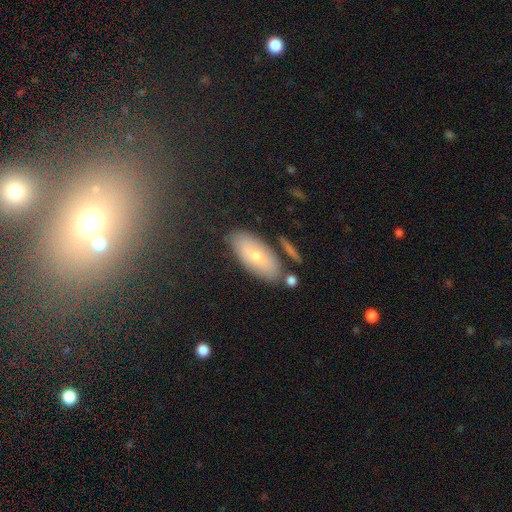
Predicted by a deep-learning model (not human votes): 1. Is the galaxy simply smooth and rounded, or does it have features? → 66% smooth, 27% featured or disk, 7% star or artifact.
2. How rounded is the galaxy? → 87% in between, 10% cigar-shaped, 3% round.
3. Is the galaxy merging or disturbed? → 77% none, 13% minor disturbance, 6% merger, 3% major disturbance.